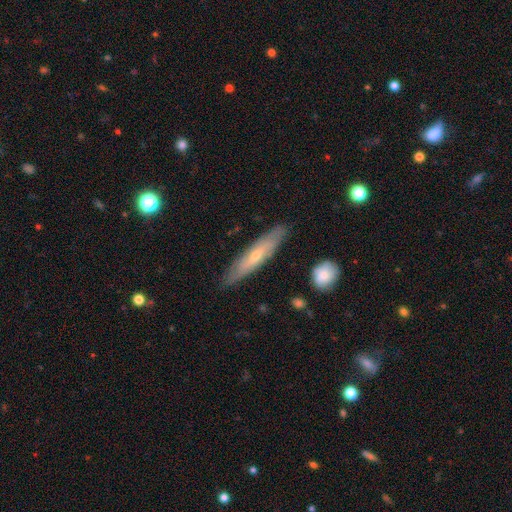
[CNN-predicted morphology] Overall: featured or disk (52%; smooth 42%). Edge-on disk: yes (69%; no 31%). Merging: none (85%).